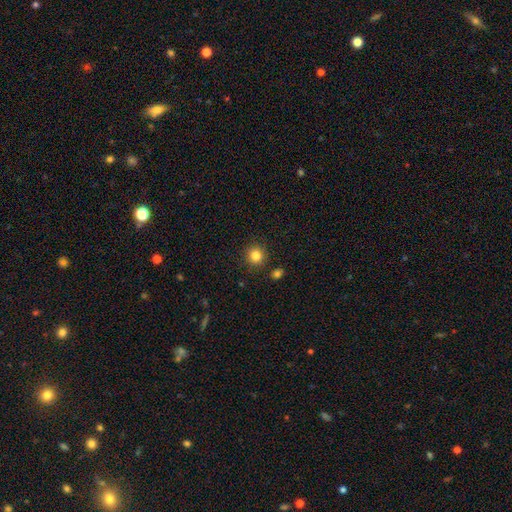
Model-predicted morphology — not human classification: The model was most divided on "smooth or featured": smooth: 84%, star or artifact: 11%, featured or disk: 5%. More confident: how rounded — round (92%); merging — none (89%).